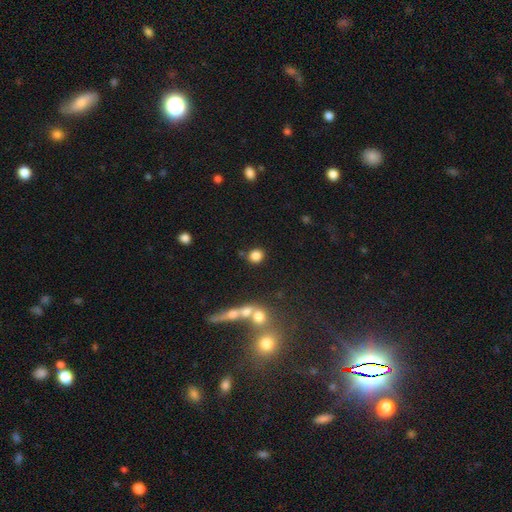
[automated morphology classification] type=smooth (82%); roundness=round (83%); merging=none (78%).